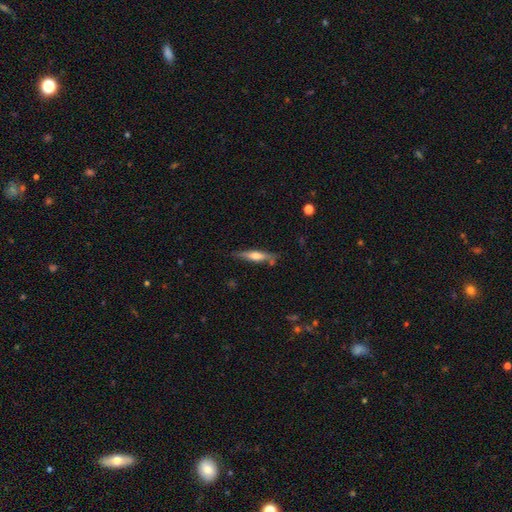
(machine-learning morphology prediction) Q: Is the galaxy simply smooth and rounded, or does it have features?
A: featured or disk — 47%, tied with smooth.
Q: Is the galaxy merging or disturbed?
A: none — 74%.